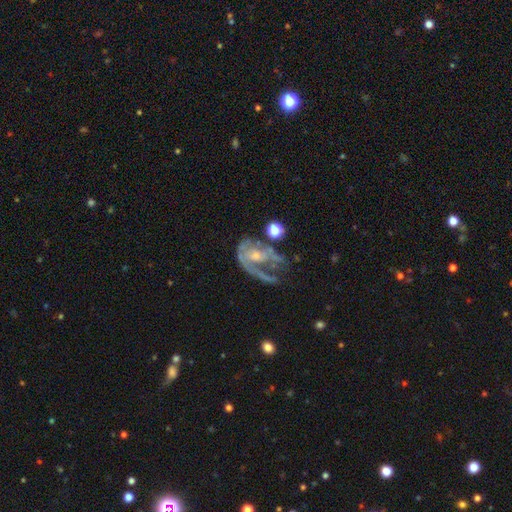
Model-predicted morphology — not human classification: The model was most divided on "merging": major disturbance: 45%, none: 25%, minor disturbance: 19%, merger: 11%. More confident: edge-on disk — no (96%); smooth or featured — featured or disk (73%); bar — no (69%); spiral arms — yes (64%); bulge size — small (59%).